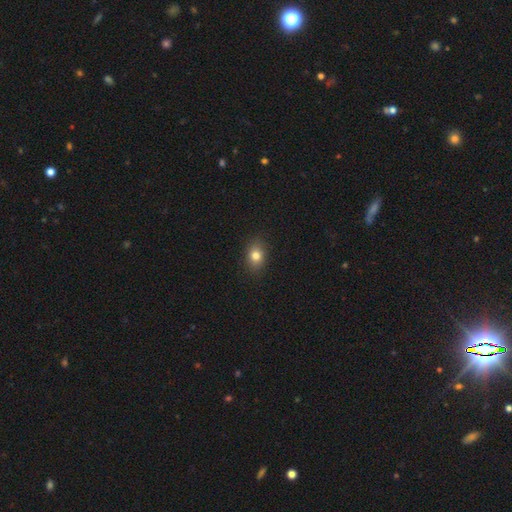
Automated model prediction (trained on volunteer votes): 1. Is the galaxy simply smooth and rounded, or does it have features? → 80% smooth, 11% star or artifact, 9% featured or disk.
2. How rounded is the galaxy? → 63% in between, 35% round, 2% cigar-shaped.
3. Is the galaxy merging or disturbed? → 88% none, 9% minor disturbance, 2% major disturbance, 1% merger.